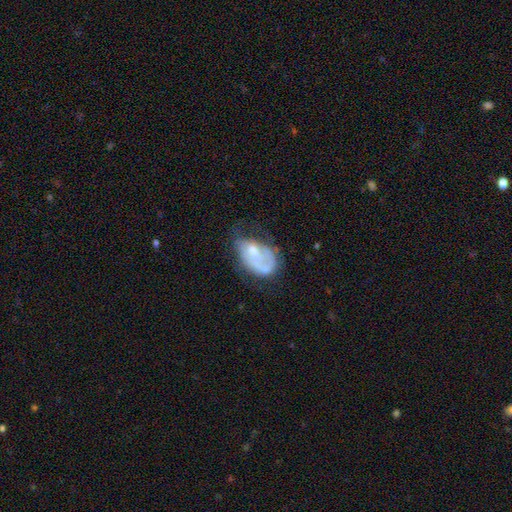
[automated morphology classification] This is possibly a featured or disk galaxy (54%). It is clearly not viewed edge-on (96%). Bar: likely no (71%). Spiral arm pattern: possibly no (59%). Central bulge: marginally moderate (44%). Merging: marginally none (34%).